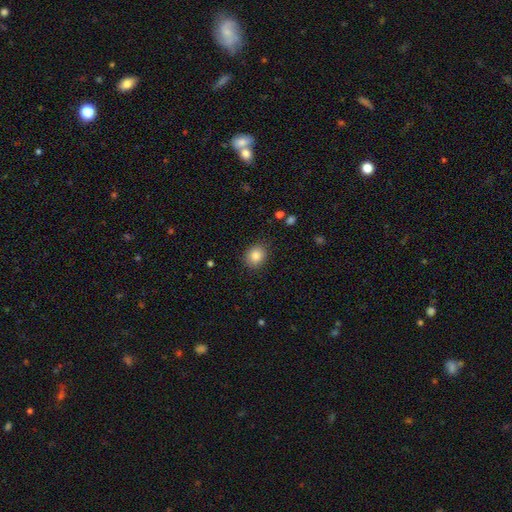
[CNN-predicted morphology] Smooth or featured? smooth (84%)
How rounded? round (68%)
Merging? none (87%)